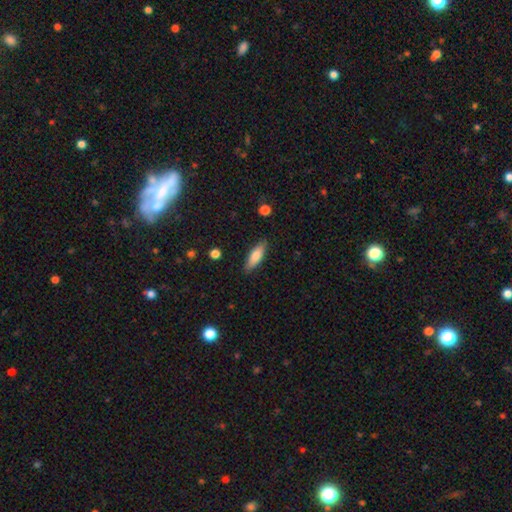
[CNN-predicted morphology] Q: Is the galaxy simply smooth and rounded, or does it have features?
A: smooth — 77%.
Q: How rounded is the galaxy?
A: in between — 51%.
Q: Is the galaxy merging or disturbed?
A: none — 86%.